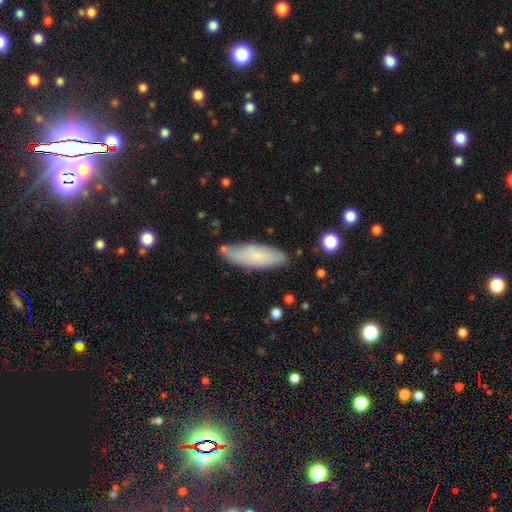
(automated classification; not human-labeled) Overall: smooth (73%). How rounded: in between (53%; cigar-shaped 45%). Merging: none (70%).